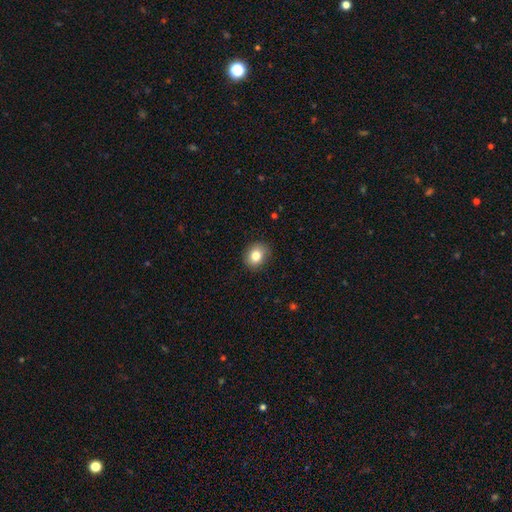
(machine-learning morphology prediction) type=smooth (82%); roundness=round (58%); merging=none (87%).